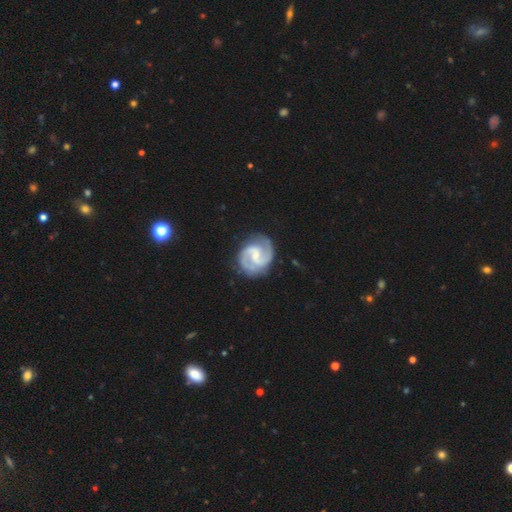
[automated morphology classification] Q: Smooth or featured?
A: featured or disk (90%); runner-up: smooth (6%)
Q: Edge-on disk?
A: no (98%); runner-up: yes (2%)
Q: Bar?
A: weak (57%); runner-up: no (24%)
Q: Spiral arms?
A: yes (98%); runner-up: no (2%)
Q: Spiral winding?
A: medium (57%); runner-up: tight (28%)
Q: Spiral arm count?
A: 2 (92%); runner-up: can't tell (3%)
Q: Bulge size?
A: small (56%); runner-up: moderate (31%)
Q: Merging?
A: none (80%); runner-up: minor disturbance (14%)